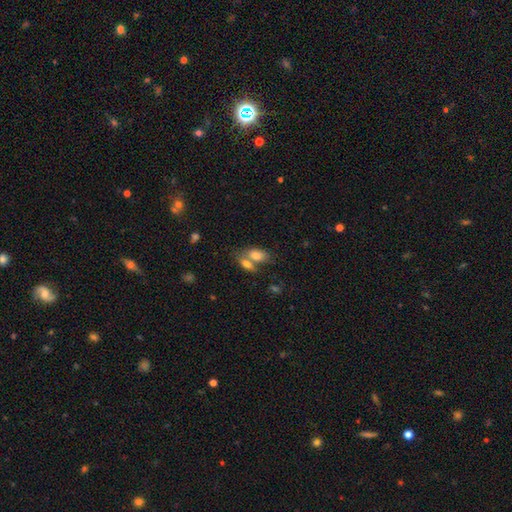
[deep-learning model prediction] Smooth or featured: smooth — 77% (featured or disk — 14%)
How rounded: in between — 87% (round — 7%)
Merging: merger — 53% (none — 34%)